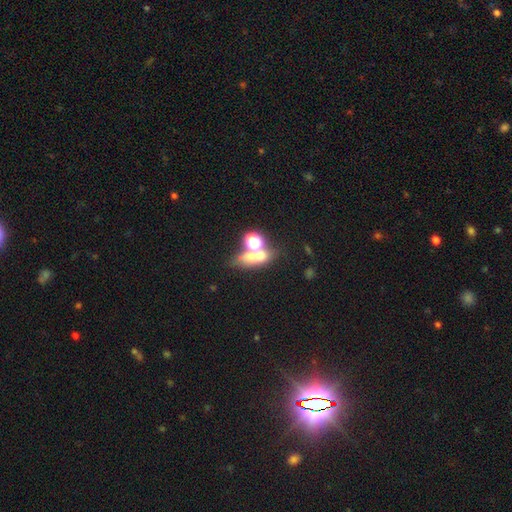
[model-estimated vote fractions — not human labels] This appears to be a smooth galaxy with no disk features (54%) that is in between round and cigar-shaped (47%). Merging: merger (46%).